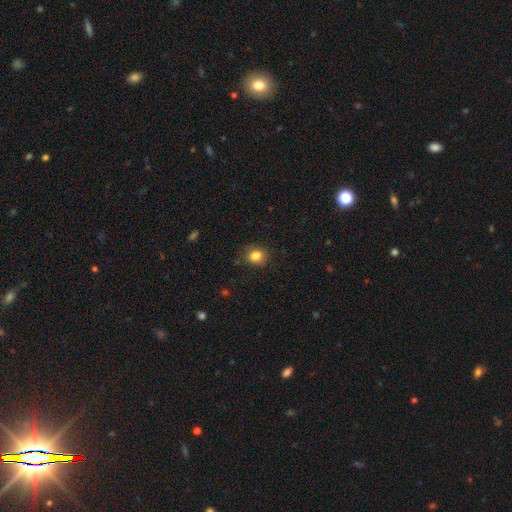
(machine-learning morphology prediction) Smooth or featured? Predicted: smooth (p=0.83). How rounded? Predicted: round (p=0.70). Merging? Predicted: none (p=0.81).